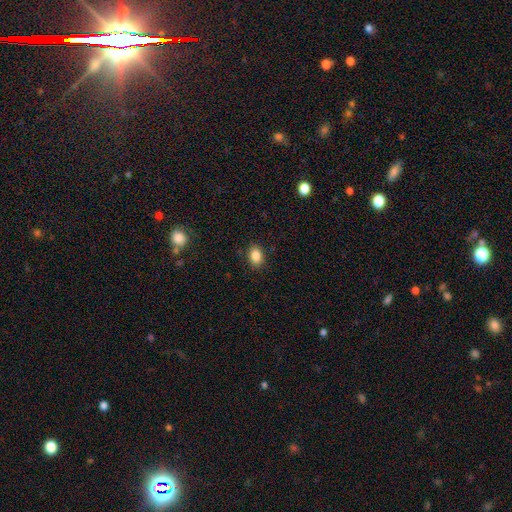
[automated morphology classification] Smooth or featured: smooth — 86% (star or artifact — 9%)
How rounded: in between — 77% (round — 22%)
Merging: none — 87% (minor disturbance — 9%)